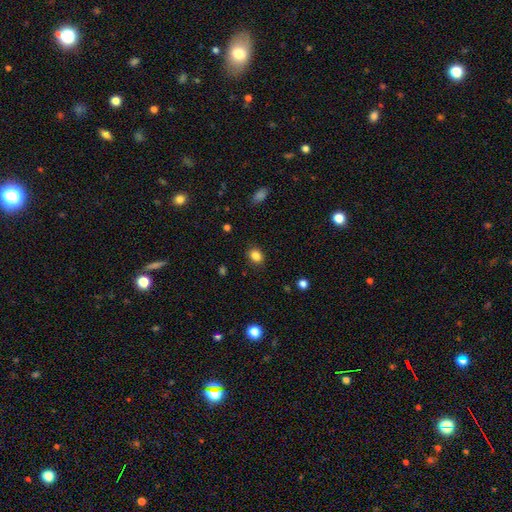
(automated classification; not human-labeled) This appears to be a smooth galaxy with no disk features (85%) that is in between round and cigar-shaped (53%). Merging: none (87%).